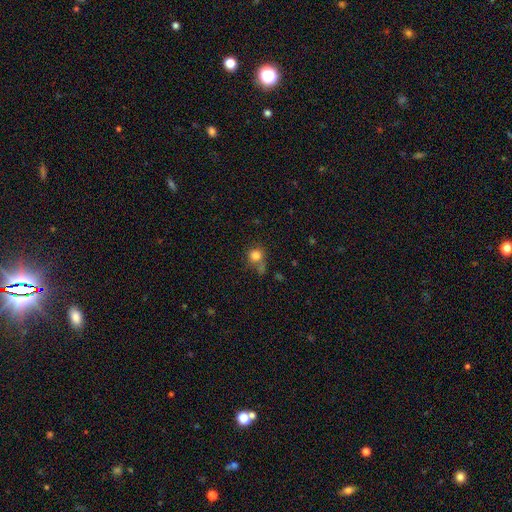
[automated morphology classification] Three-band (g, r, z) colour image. It shows a smooth galaxy with no disk features (81%) that is round (86%). Merging: none (55%).